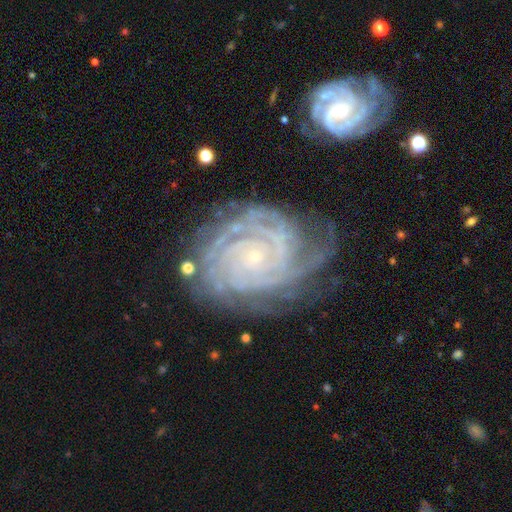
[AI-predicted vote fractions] smooth-or-featured: featured or disk: 89% | star or artifact: 7% | smooth: 5%
  disk-edge-on: no: 97% | yes: 3%
    bar: no: 77% | weak: 16% | strong: 7%
    has-spiral-arms: yes: 98% | no: 2%
      spiral-winding: tight: 85% | medium: 13% | loose: 2%
      spiral-arm-count: 4: 24% | more than 4: 22% | can't tell: 21% | 3: 14% | 2: 11% | 1: 8%
    bulge-size: small: 86% | moderate: 10% | none: 2% | large: 1% | dominant: 1%
  merging: none: 65% | minor disturbance: 20% | major disturbance: 8% | merger: 7%